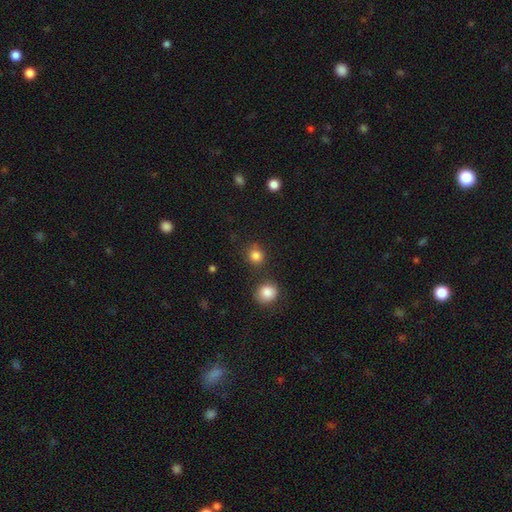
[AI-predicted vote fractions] A smooth galaxy with no disk features (83%) that is round (85%). Merging: none (78%).